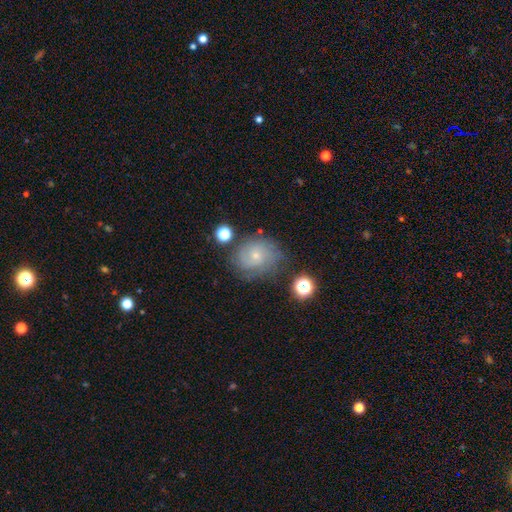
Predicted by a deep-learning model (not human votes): featured or disk 58%, smooth 29%, star or artifact 12%. Down the decision tree: edge-on disk — no (97%); bar — no (77%); spiral arms — yes (87%); bulge size — small (77%); merging — none (66%).